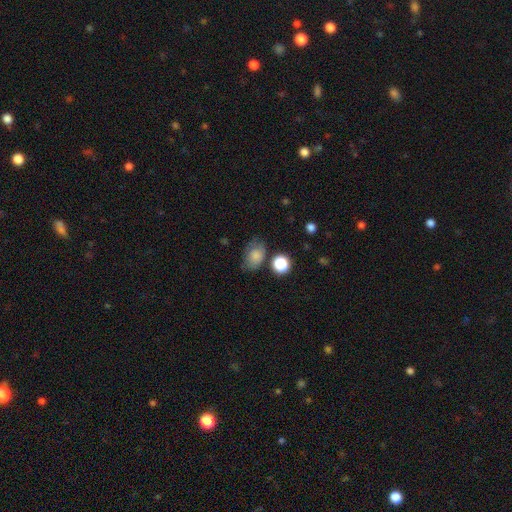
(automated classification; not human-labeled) This appears to be a smooth galaxy with no disk features (79%) that is in between round and cigar-shaped (75%). Merging: none (59%).